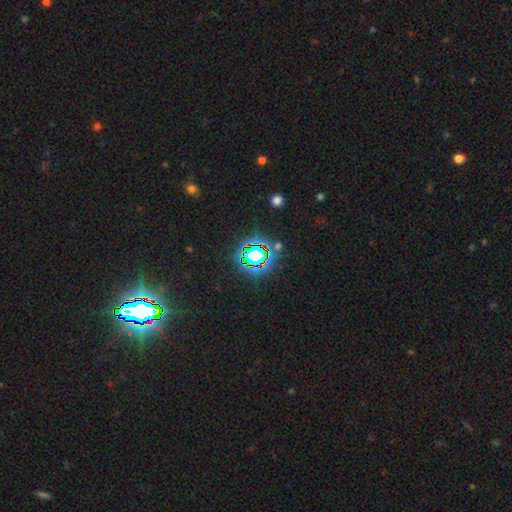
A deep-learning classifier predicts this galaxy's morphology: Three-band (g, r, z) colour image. It shows a star or artifact, not a galaxy (73%).